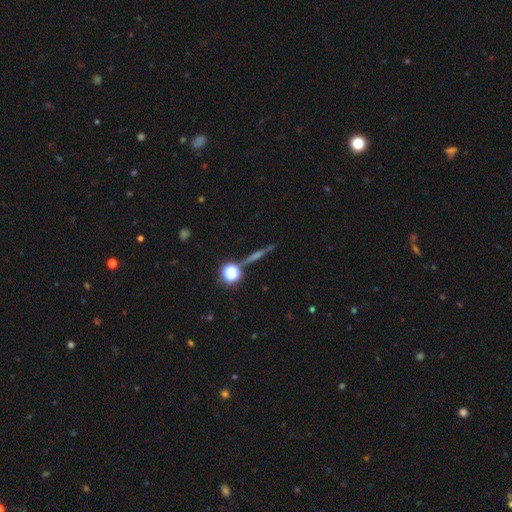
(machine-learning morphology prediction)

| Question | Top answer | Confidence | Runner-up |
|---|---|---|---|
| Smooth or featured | featured or disk | 56% | smooth (22%) |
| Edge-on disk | yes | 95% | no (5%) |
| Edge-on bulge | rounded | 59% | none (29%) |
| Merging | none | 85% | minor disturbance (7%) |